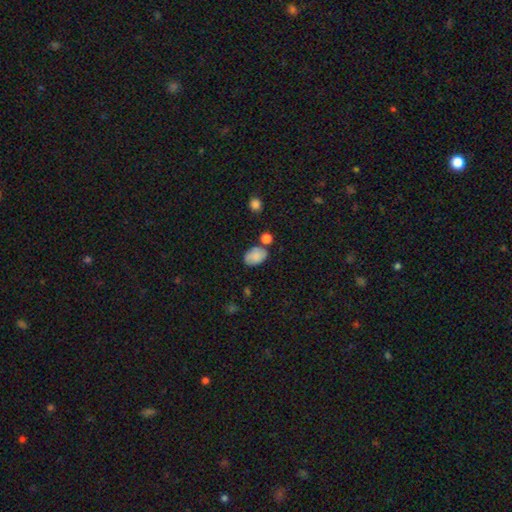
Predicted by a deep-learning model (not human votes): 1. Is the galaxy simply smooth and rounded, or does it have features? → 82% smooth, 10% featured or disk, 8% star or artifact.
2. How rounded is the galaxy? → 84% in between, 15% round, 1% cigar-shaped.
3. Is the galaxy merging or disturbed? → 65% none, 18% minor disturbance, 12% merger, 5% major disturbance.